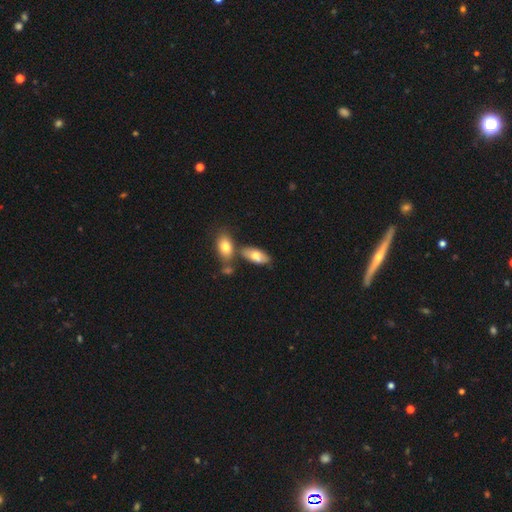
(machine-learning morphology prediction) Smooth or featured? smooth (71%)
How rounded? in between (89%)
Merging? none (58%)